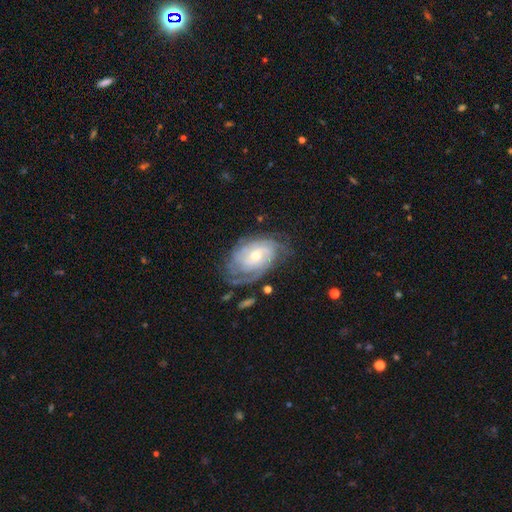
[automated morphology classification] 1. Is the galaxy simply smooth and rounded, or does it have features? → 85% featured or disk, 9% smooth, 5% star or artifact.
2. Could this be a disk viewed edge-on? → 97% no, 3% yes.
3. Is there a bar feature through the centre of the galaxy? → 64% no, 31% weak, 6% strong.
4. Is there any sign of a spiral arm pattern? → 96% yes, 4% no.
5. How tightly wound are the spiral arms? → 73% tight, 22% medium, 5% loose.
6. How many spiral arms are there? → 37% can't tell, 20% 2, 18% 3, 14% 4, 6% more than 4, 5% 1.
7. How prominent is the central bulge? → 52% small, 43% moderate, 3% large, 1% none, 1% dominant.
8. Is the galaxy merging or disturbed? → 66% none, 22% minor disturbance, 11% major disturbance, 2% merger.